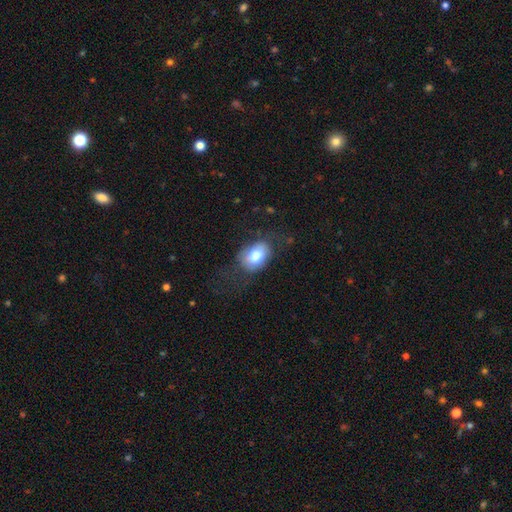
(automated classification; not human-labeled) A smooth galaxy with no disk features (76%) that is in between round and cigar-shaped (81%).

Vote fractions:
- Smooth or featured? smooth: 76% / featured or disk: 16% / star or artifact: 7%
- How rounded? in between: 81% / round: 18% / cigar-shaped: 1%
- Merging? none: 54% / minor disturbance: 25% / major disturbance: 19% / merger: 2%